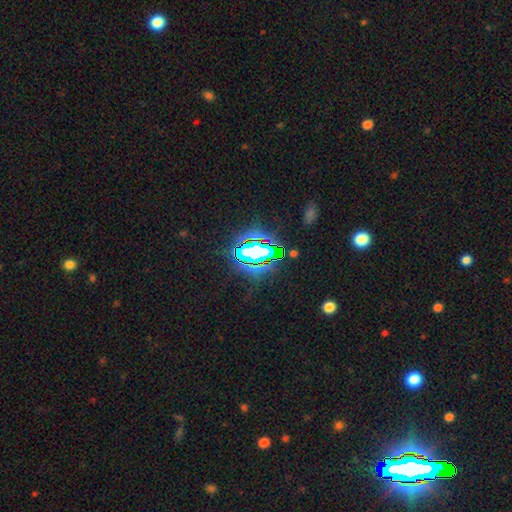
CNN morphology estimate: A star or artifact, not a galaxy (67%).